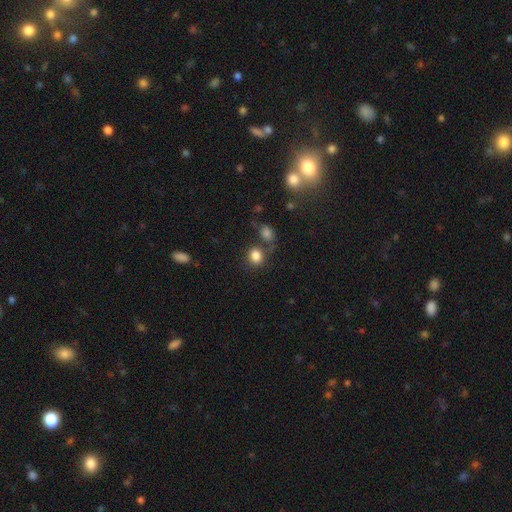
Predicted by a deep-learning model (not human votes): A smooth galaxy with no disk features (83%) that is round (66%). Merging: none (62%).